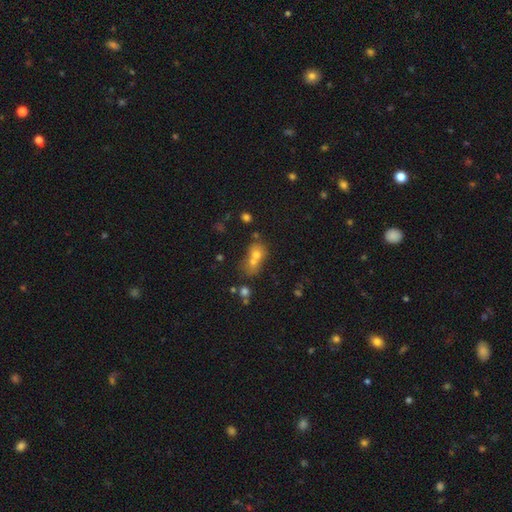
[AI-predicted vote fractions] A smooth galaxy with no disk features (62%) that is round (59%). Merging: merger (63%).